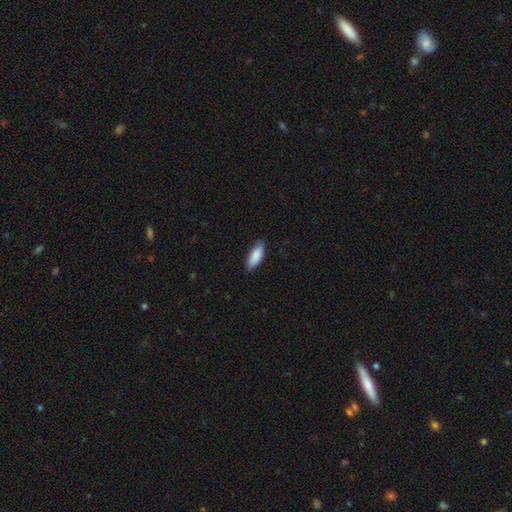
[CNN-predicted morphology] smooth-or-featured: smooth: 87% | featured or disk: 7% | star or artifact: 6%
  how-rounded: in between: 71% | cigar-shaped: 27% | round: 2%
  merging: none: 84% | minor disturbance: 13% | major disturbance: 2% | merger: 1%